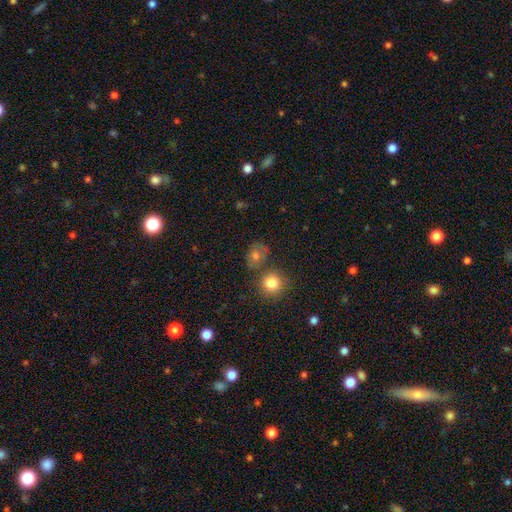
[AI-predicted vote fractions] A smooth galaxy with no disk features (64%) that is round (65%). Merging: none (66%).